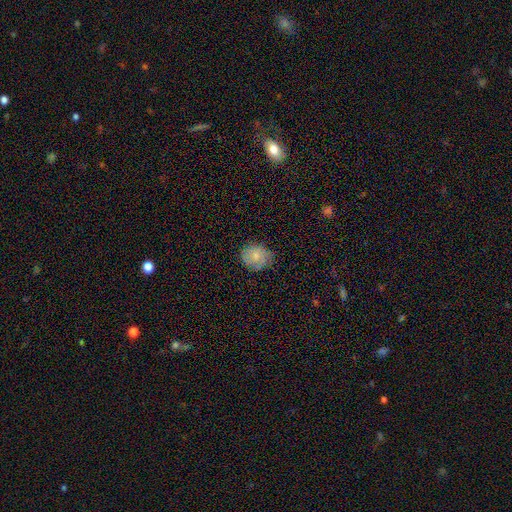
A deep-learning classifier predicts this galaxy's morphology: The model was most divided on "how rounded": round: 69%, in between: 30%, cigar-shaped: 1%. More confident: smooth or featured — smooth (76%); merging — none (72%).